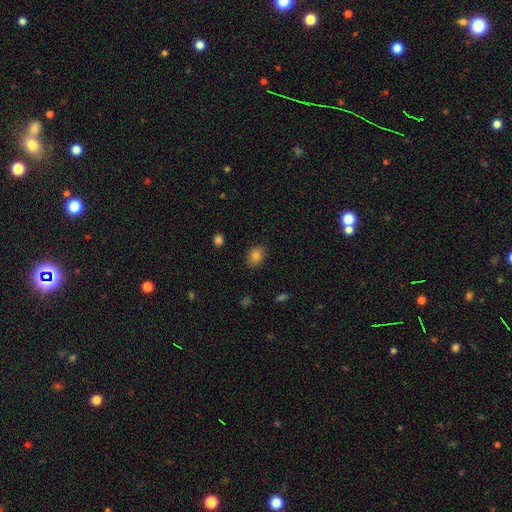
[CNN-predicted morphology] smooth_or_featured: smooth (p=0.83) [alt: star or artifact p=0.09]
how_rounded: in between (p=0.78) [alt: round p=0.21]
merging: none (p=0.85) [alt: minor disturbance p=0.12]